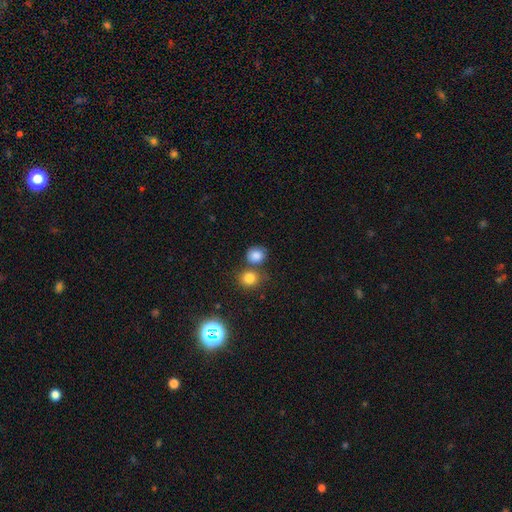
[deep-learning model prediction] This is clearly a smooth galaxy (83%). How rounded: likely round (74%). Merging: possibly none (57%).